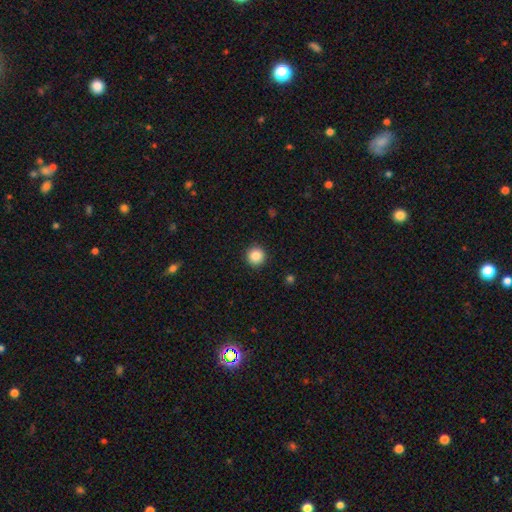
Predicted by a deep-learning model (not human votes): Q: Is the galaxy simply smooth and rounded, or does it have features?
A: smooth — 86%.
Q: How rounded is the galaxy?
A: round — 96%.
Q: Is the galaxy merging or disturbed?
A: none — 93%.